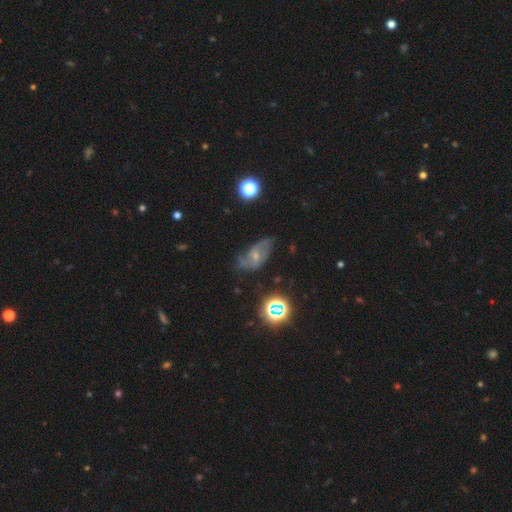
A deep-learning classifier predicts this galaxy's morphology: Q: Smooth or featured?
A: featured or disk (58%); runner-up: smooth (27%)
Q: Edge-on disk?
A: no (94%); runner-up: yes (6%)
Q: Bar?
A: no (59%); runner-up: weak (33%)
Q: Spiral arms?
A: yes (77%); runner-up: no (23%)
Q: Bulge size?
A: small (60%); runner-up: moderate (33%)
Q: Merging?
A: none (45%); runner-up: minor disturbance (33%)